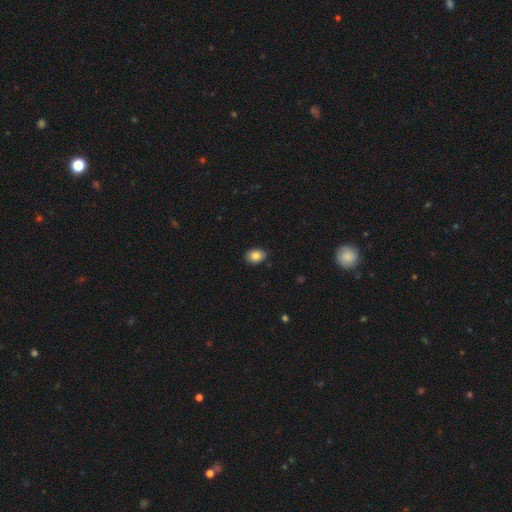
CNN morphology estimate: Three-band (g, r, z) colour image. It shows a smooth galaxy with no disk features (86%) that is in between round and cigar-shaped (68%). Merging: none (87%).